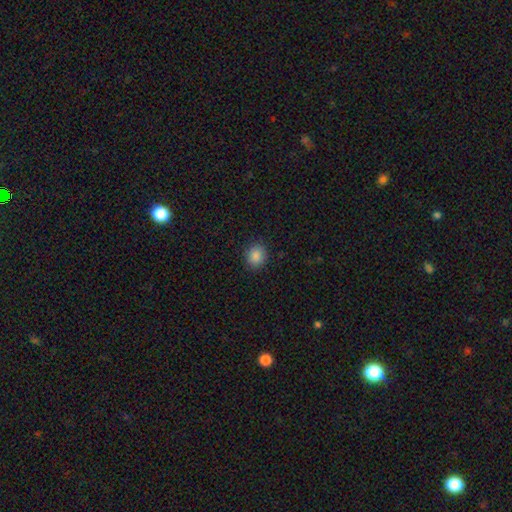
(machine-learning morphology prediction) Smooth or featured? Predicted: smooth (p=0.87). How rounded? Predicted: round (p=0.70). Merging? Predicted: none (p=0.89).